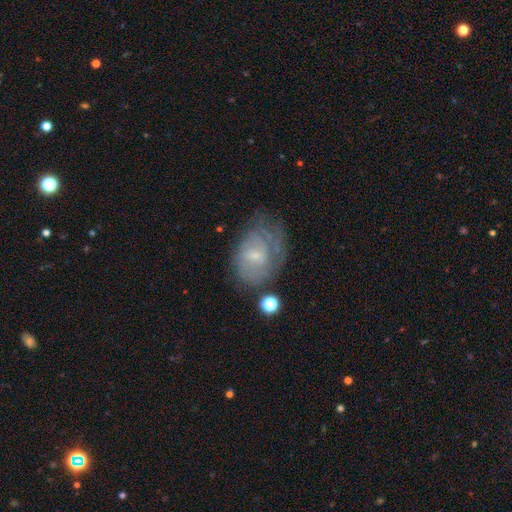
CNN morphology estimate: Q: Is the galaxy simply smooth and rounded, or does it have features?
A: featured or disk — 61%.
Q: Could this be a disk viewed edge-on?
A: no — 96%.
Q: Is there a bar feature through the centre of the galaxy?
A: weak — 47%.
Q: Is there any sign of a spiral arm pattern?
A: yes — 73%.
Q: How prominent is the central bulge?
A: small — 66%.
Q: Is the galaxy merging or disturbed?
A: none — 46%.